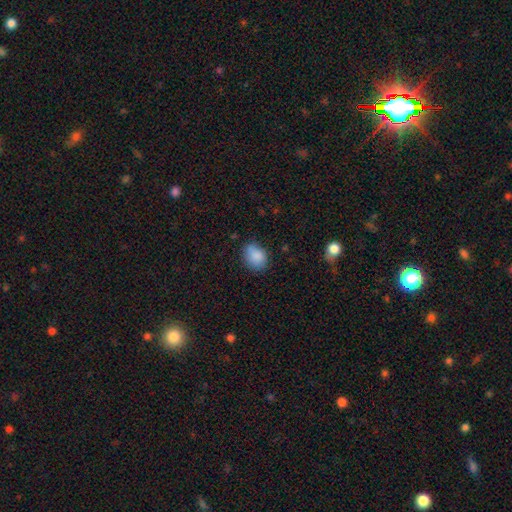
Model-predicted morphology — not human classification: smooth-or-featured: smooth: 86% | star or artifact: 9% | featured or disk: 5%
  how-rounded: in between: 62% | round: 37% | cigar-shaped: 1%
  merging: none: 68% | minor disturbance: 25% | major disturbance: 5% | merger: 2%